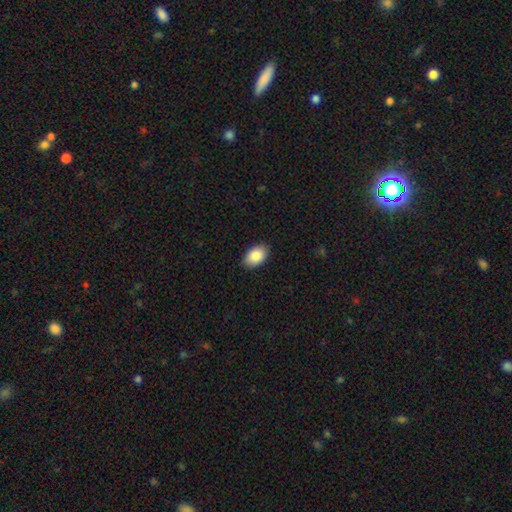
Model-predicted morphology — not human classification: Q: Smooth or featured?
A: smooth (88%); runner-up: star or artifact (6%)
Q: How rounded?
A: in between (92%); runner-up: round (7%)
Q: Merging?
A: none (87%); runner-up: minor disturbance (10%)